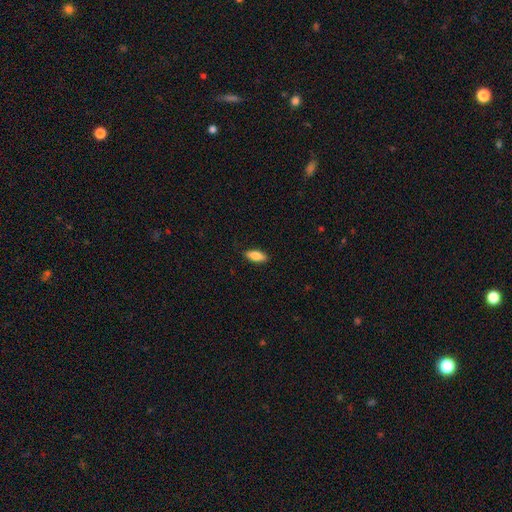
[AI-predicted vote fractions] Morphology: type=smooth (81%); roundness=in between (75%); merging=none (88%).